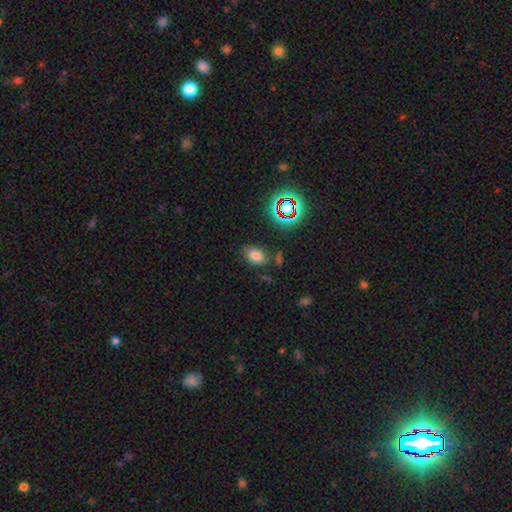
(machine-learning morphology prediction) Smooth or featured? smooth (72%)
How rounded? in between (84%)
Merging? none (74%)